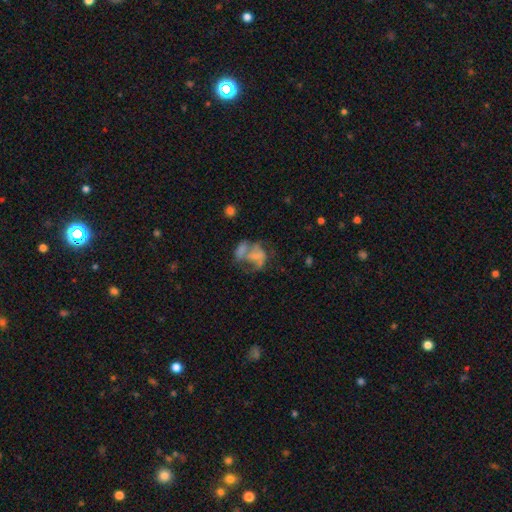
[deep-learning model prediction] smooth-or-featured: featured or disk: 51% | smooth: 36% | star or artifact: 14%
  disk-edge-on: no: 98% | yes: 2%
  merging: merger: 33% | major disturbance: 31% | none: 23% | minor disturbance: 14%